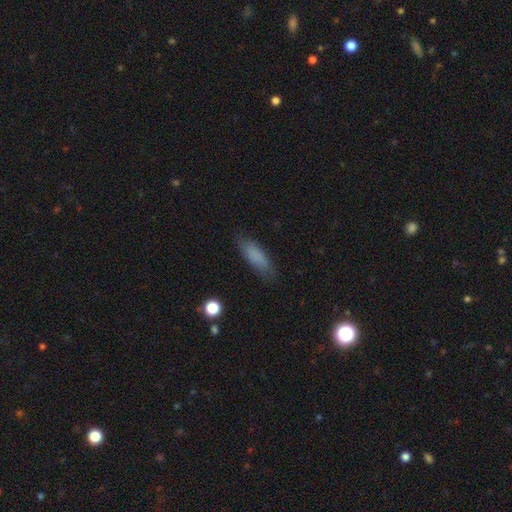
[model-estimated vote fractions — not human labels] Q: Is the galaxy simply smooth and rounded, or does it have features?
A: smooth — 80%.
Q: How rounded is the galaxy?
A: in between — 52%.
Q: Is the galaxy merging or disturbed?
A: none — 79%.